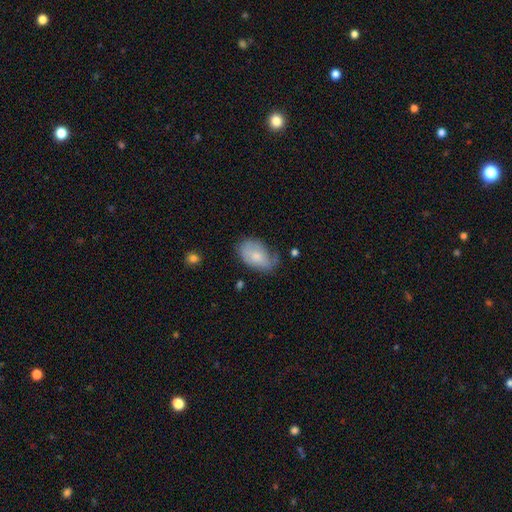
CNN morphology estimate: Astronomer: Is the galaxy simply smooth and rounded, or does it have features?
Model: smooth — 68%.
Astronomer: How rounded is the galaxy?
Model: in between — 91%.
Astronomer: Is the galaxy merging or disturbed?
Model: none — 49% (runner-up: minor disturbance, 37%).